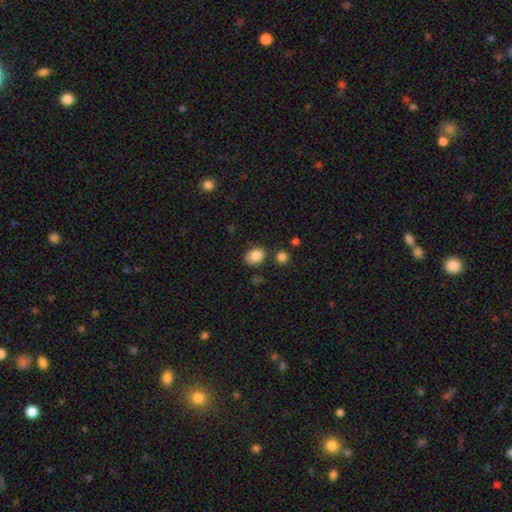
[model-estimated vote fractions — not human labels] Morphology: type=smooth (86%); roundness=in between (64%); merging=none (72%).